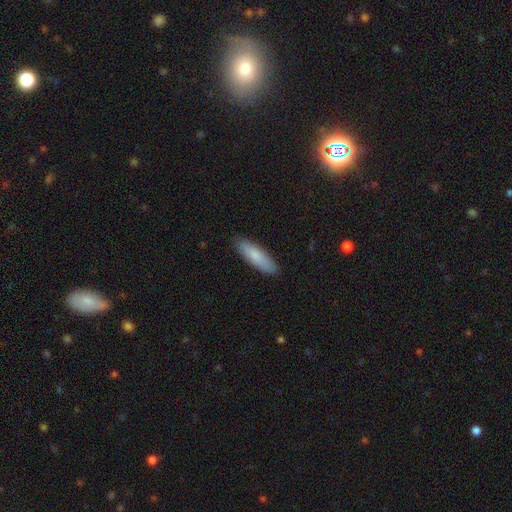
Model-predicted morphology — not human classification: The model was most divided on "how rounded": cigar-shaped: 60%, in between: 39%, round: 1%. More confident: merging — none (89%); smooth or featured — smooth (83%).